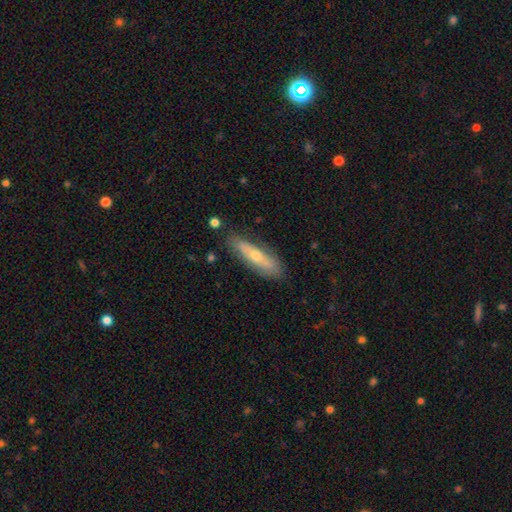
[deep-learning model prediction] This is possibly a smooth galaxy (48%). Merging: clearly none (81%).